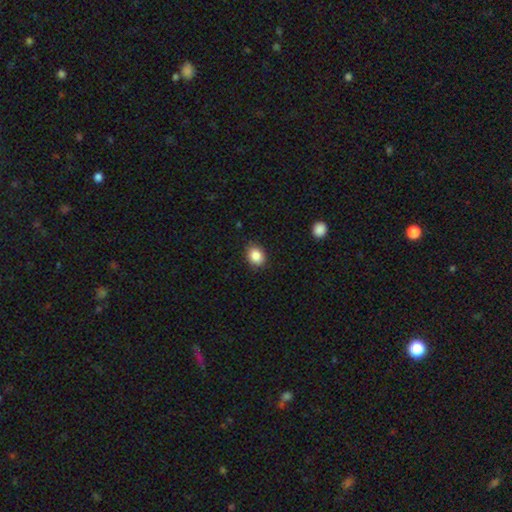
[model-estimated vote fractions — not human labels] smooth 87%, star or artifact 9%, featured or disk 4%. Down the decision tree: how rounded — in between (54%); merging — none (86%).